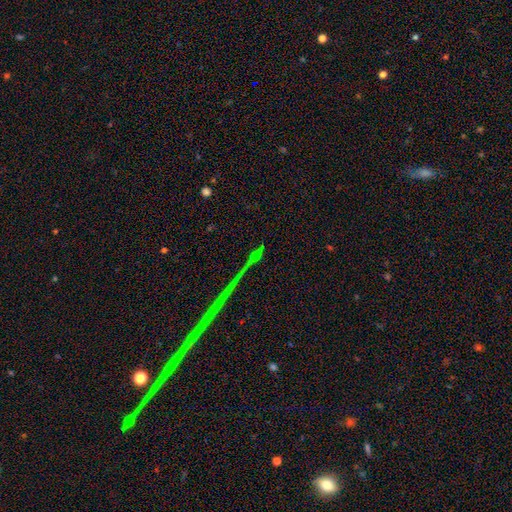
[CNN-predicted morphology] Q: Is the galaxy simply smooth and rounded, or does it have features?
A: star or artifact — 61%.